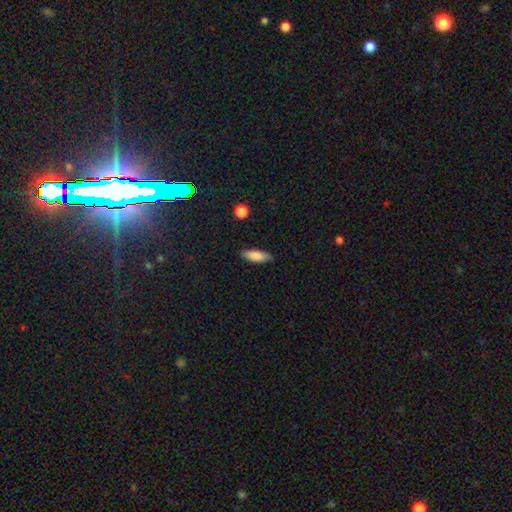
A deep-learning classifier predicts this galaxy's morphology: Smooth or featured: smooth — 86% (featured or disk — 7%)
How rounded: in between — 69% (cigar-shaped — 29%)
Merging: none — 86% (minor disturbance — 11%)